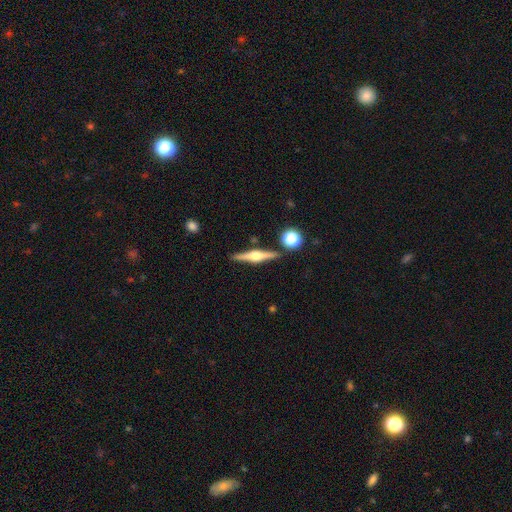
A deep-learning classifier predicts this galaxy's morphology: smooth_or_featured: featured or disk (p=0.76) [alt: smooth p=0.18]
disk_edge_on: yes (p=0.98) [alt: no p=0.02]
edge_on_bulge: rounded (p=0.91) [alt: boxy p=0.07]
merging: none (p=0.87) [alt: minor disturbance p=0.07]